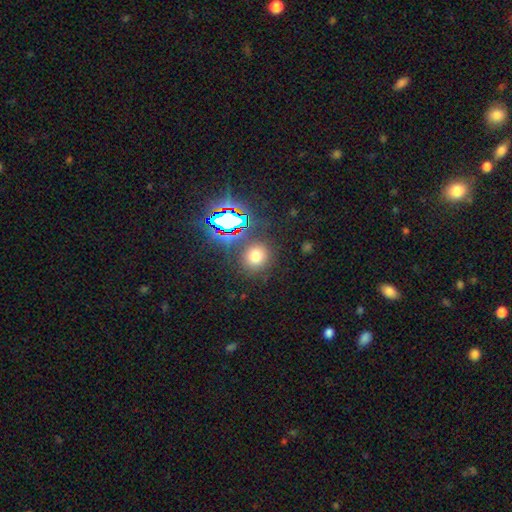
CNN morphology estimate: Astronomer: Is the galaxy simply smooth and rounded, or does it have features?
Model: smooth — 66%.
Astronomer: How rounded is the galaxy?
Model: round — 81%.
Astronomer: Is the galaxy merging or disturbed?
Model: none — 82%.